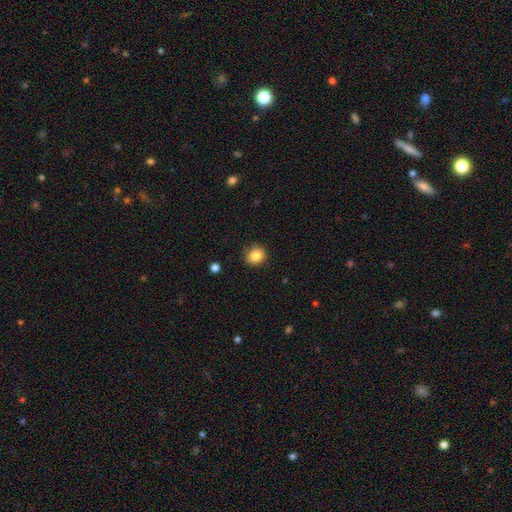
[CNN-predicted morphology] This is clearly a smooth galaxy (85%). How rounded: clearly round (82%). Merging: clearly none (85%).